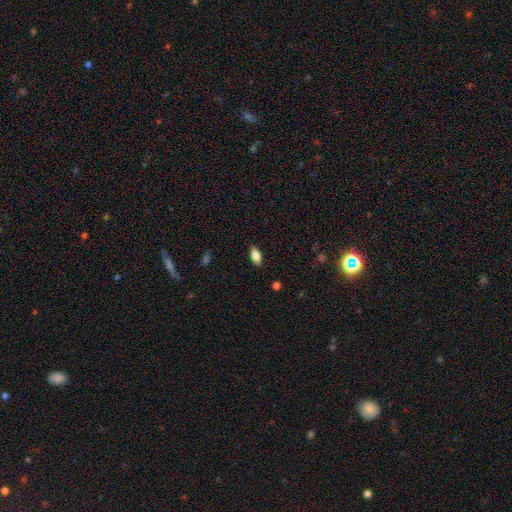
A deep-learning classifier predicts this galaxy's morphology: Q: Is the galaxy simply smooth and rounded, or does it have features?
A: smooth — 75%.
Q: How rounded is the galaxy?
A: in between — 82%.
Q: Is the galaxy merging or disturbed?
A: none — 86%.